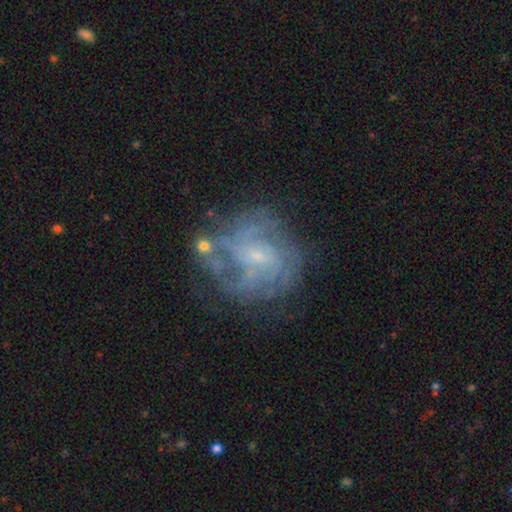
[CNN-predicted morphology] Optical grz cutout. It shows a featured or disk galaxy (78%) with no bar (51%), tight (47%) spiral arms (83%) and a small central bulge (72%). Merging: none (60%).